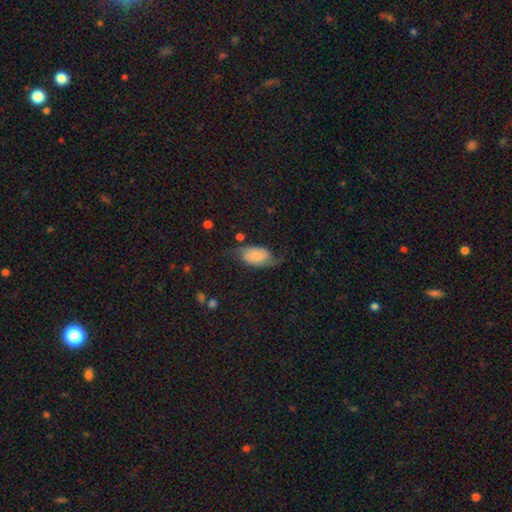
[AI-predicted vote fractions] Overall: smooth (49%; featured or disk 42%). Merging: none (51%; minor disturbance 27%).